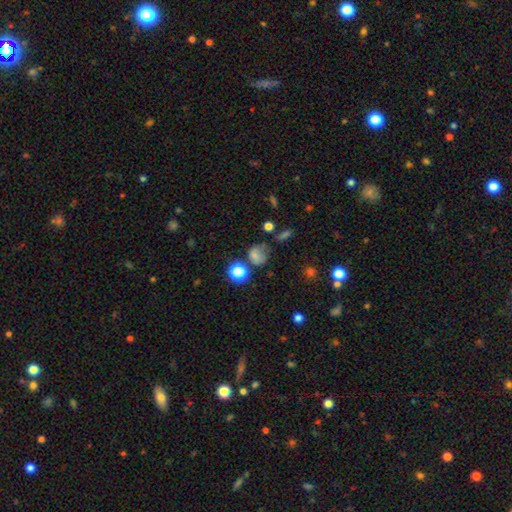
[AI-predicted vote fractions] Smooth or featured? smooth (67%)
How rounded? round (70%)
Merging? none (46%)